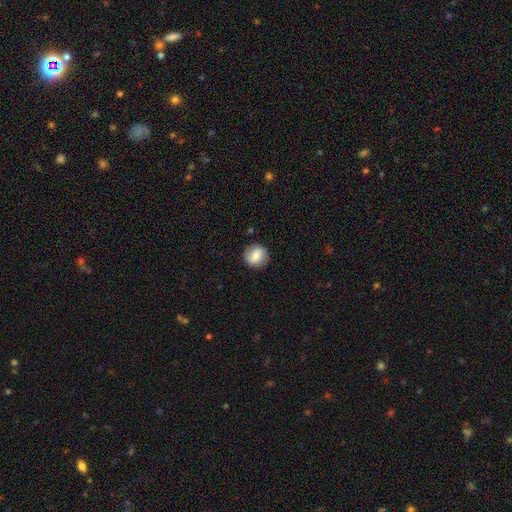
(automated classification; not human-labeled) Overall: smooth (67%). How rounded: round (87%). Merging: none (85%).